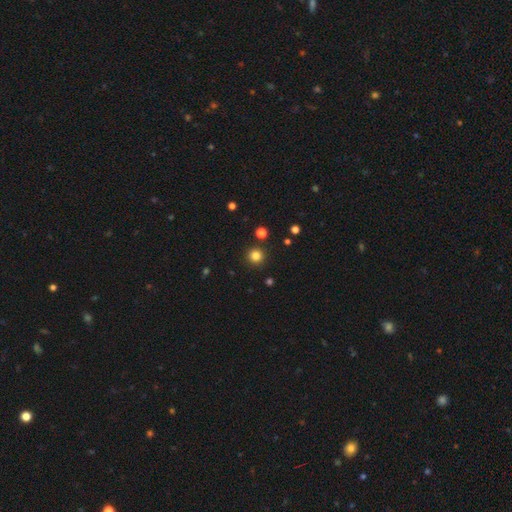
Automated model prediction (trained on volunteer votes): Morphology: type=smooth (82%); roundness=round (95%); merging=none (91%).